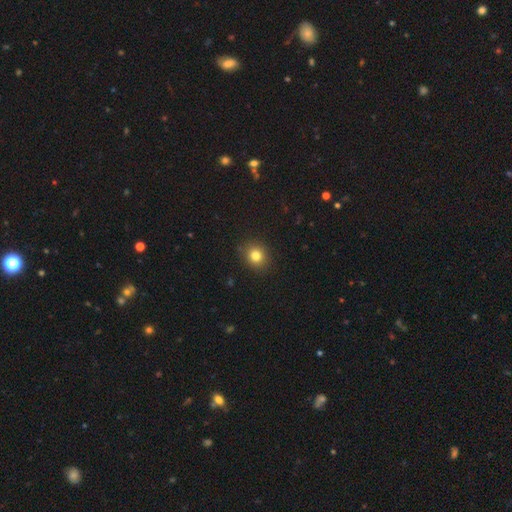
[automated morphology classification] Overall: smooth (81%). How rounded: round (77%). Merging: none (89%).